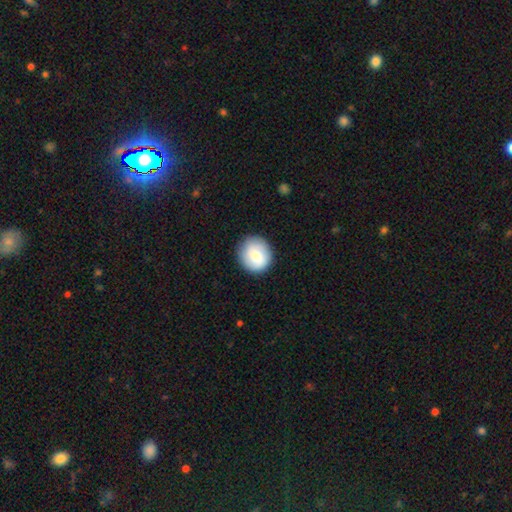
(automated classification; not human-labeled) Smooth or featured?
  - smooth: 77% *
  - featured or disk: 17%
  - star or artifact: 6%
How rounded?
  - round: 84% *
  - in between: 15%
  - cigar-shaped: 1%
Merging?
  - none: 87% *
  - minor disturbance: 9%
  - major disturbance: 2%
  - merger: 1%